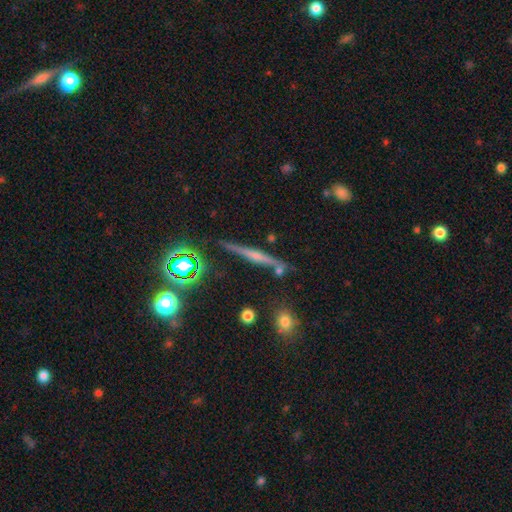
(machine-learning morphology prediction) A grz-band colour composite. It shows a featured or disk galaxy (56%) viewed edge-on (95%) with a rounded central bulge (51%). Merging: none (82%).